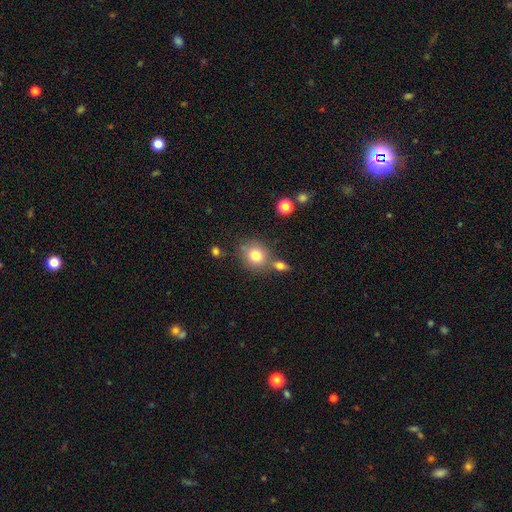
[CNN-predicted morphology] A smooth galaxy with no disk features (80%) that is round (80%).

Vote fractions:
- Smooth or featured? smooth: 80% / featured or disk: 11% / star or artifact: 10%
- How rounded? round: 80% / in between: 19% / cigar-shaped: 1%
- Merging? none: 62% / merger: 21% / minor disturbance: 13% / major disturbance: 4%